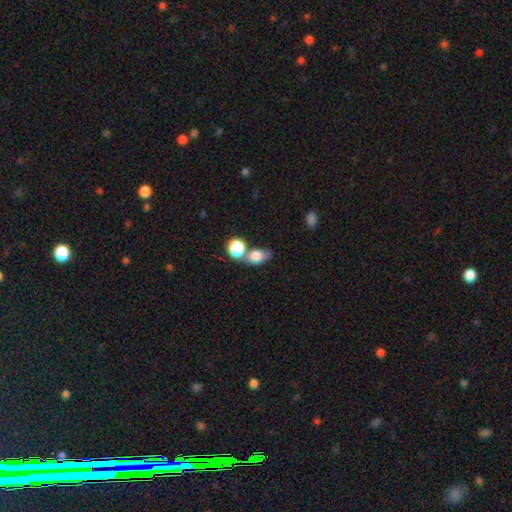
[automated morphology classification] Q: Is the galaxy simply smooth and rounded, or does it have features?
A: smooth — 78%.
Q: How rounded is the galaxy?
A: in between — 72%.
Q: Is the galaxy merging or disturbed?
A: none — 44%.